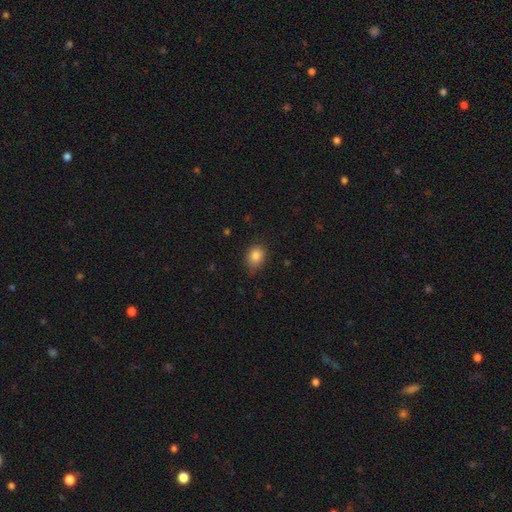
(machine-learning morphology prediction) Overall: smooth (85%). How rounded: in between (50%; round 49%). Merging: none (73%).